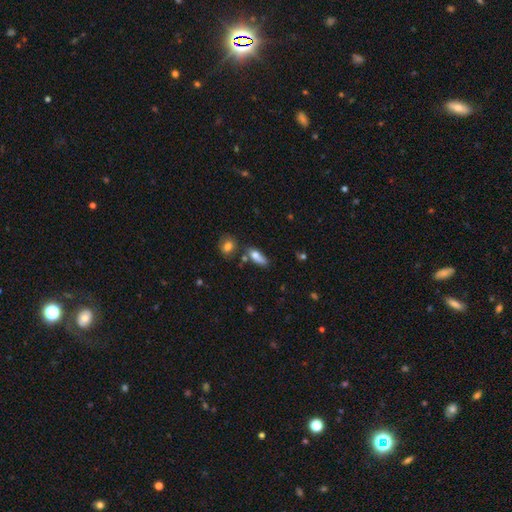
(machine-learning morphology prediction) smooth-or-featured: smooth: 74% | featured or disk: 18% | star or artifact: 9%
  how-rounded: in between: 67% | cigar-shaped: 28% | round: 5%
  merging: none: 50% | minor disturbance: 24% | merger: 17% | major disturbance: 9%